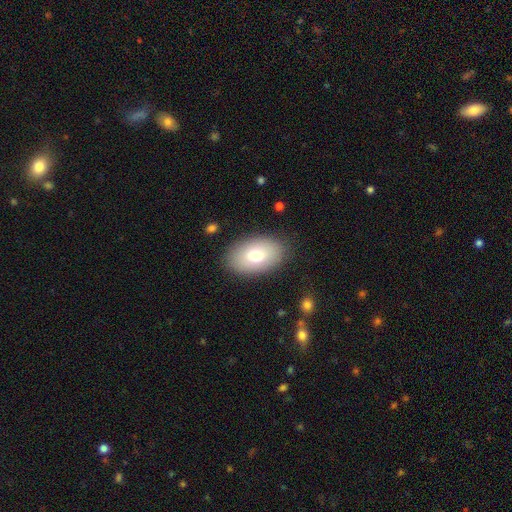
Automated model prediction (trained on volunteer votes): This is likely a smooth galaxy (74%). How rounded: clearly in between (91%). Merging: clearly none (86%).